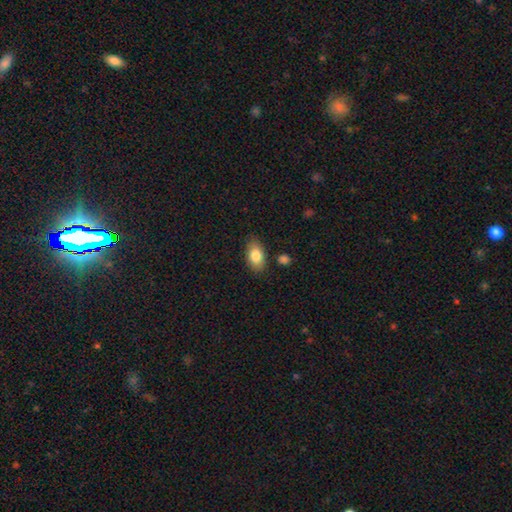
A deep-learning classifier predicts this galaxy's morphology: This appears to be a smooth galaxy with no disk features (81%) that is in between round and cigar-shaped (90%). Merging: none (82%).